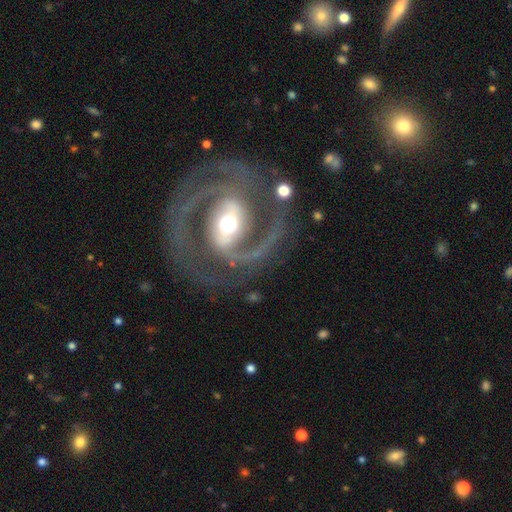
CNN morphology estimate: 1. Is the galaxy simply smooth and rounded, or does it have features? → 92% featured or disk, 4% star or artifact, 4% smooth.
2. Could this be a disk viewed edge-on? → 97% no, 3% yes.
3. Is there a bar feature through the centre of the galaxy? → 51% strong, 31% weak, 18% no.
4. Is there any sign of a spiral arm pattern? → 98% yes, 2% no.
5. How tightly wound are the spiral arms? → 51% medium, 41% tight, 8% loose.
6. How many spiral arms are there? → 90% 2, 4% 3, 2% can't tell, 2% 1, 1% 4, 1% more than 4.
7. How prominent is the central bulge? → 63% moderate, 22% small, 12% large, 1% dominant, 1% none.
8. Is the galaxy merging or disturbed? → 78% none, 13% minor disturbance, 7% major disturbance, 2% merger.